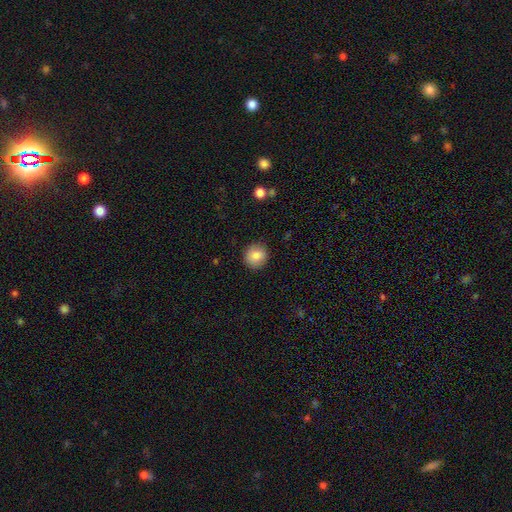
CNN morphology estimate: Smooth or featured: smooth — 85% (star or artifact — 9%)
How rounded: round — 89% (in between — 10%)
Merging: none — 89% (minor disturbance — 8%)